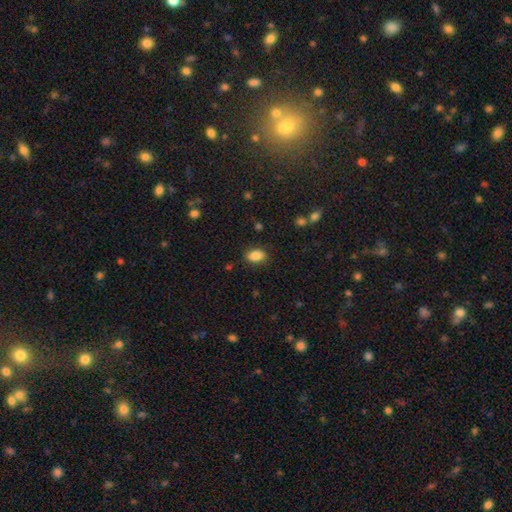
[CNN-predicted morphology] A smooth galaxy with no disk features (84%) that is in between round and cigar-shaped (83%).

Vote fractions:
- Smooth or featured? smooth: 84% / star or artifact: 8% / featured or disk: 8%
- How rounded? in between: 83% / round: 16% / cigar-shaped: 2%
- Merging? none: 83% / minor disturbance: 12% / major disturbance: 3% / merger: 1%